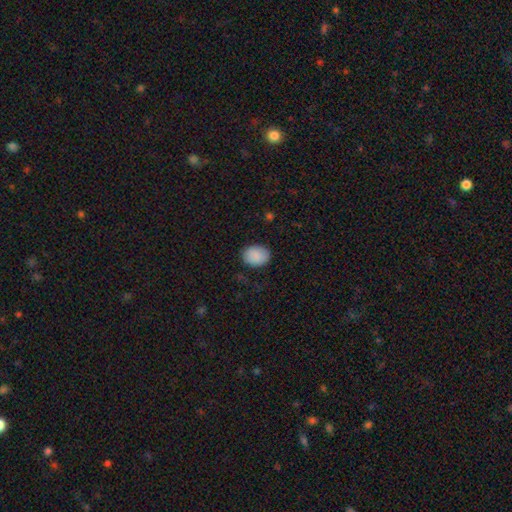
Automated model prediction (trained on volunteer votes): Smooth or featured: smooth — 89% (star or artifact — 7%)
How rounded: in between — 56% (round — 43%)
Merging: none — 85% (minor disturbance — 11%)